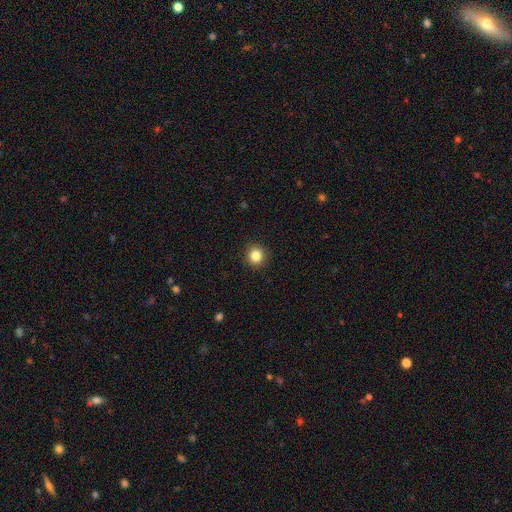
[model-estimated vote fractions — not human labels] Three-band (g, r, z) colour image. It shows a smooth galaxy with no disk features (84%) that is round (90%). Merging: none (92%).